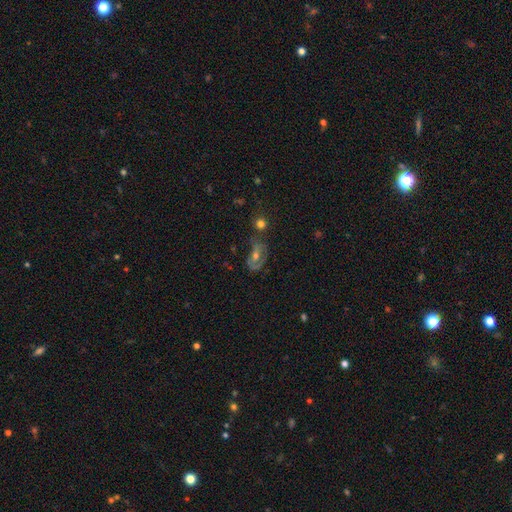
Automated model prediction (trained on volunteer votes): The model was most divided on "merging": none: 47%, minor disturbance: 21%, major disturbance: 20%, merger: 12%. More confident: edge-on disk — no (93%); spiral arms — yes (65%); bulge size — moderate (64%); smooth or featured — featured or disk (60%); bar — no (58%).